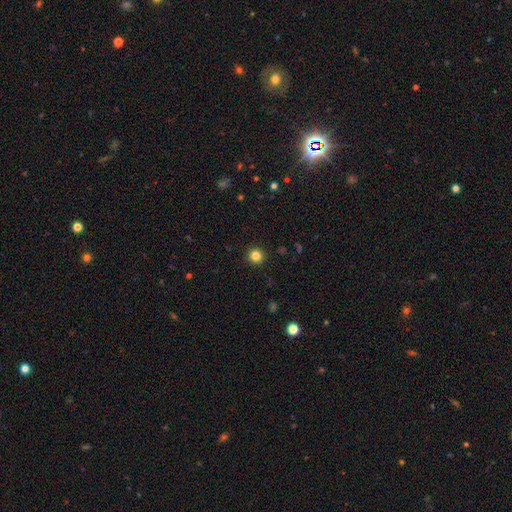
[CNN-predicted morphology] Smooth or featured? Predicted: smooth (p=0.83). How rounded? Predicted: round (p=0.95). Merging? Predicted: none (p=0.93).